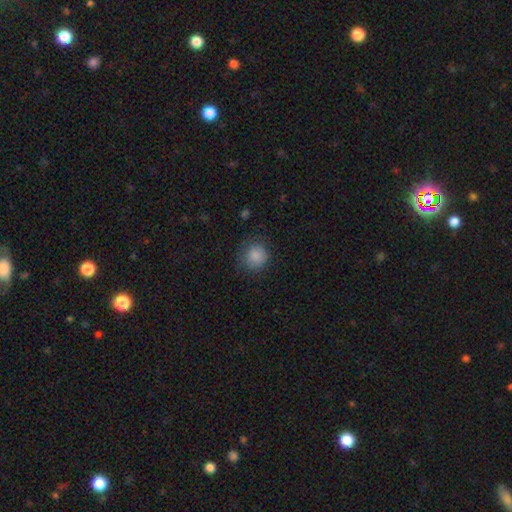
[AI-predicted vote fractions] A smooth galaxy with no disk features (86%) that is round (89%). Merging: none (79%).